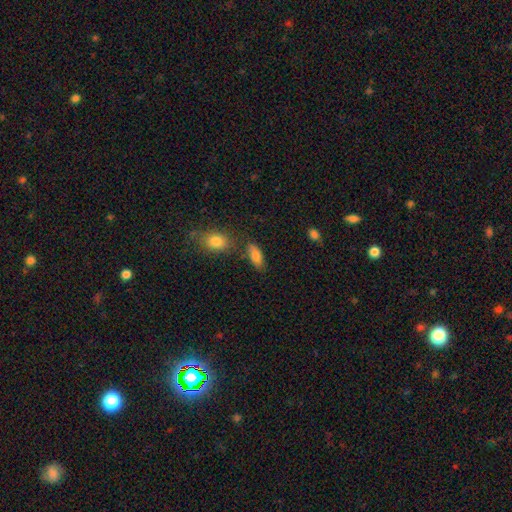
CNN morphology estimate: This is clearly a smooth galaxy (80%). How rounded: clearly in between (83%). Merging: likely none (71%).